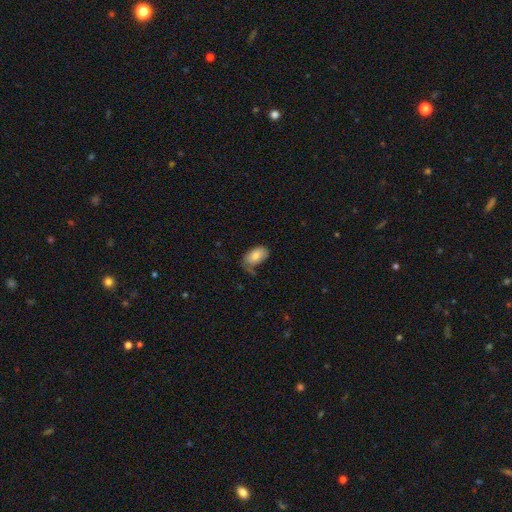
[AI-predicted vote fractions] Smooth or featured: smooth — 78% (featured or disk — 15%)
How rounded: in between — 93% (round — 6%)
Merging: none — 49% (minor disturbance — 32%)